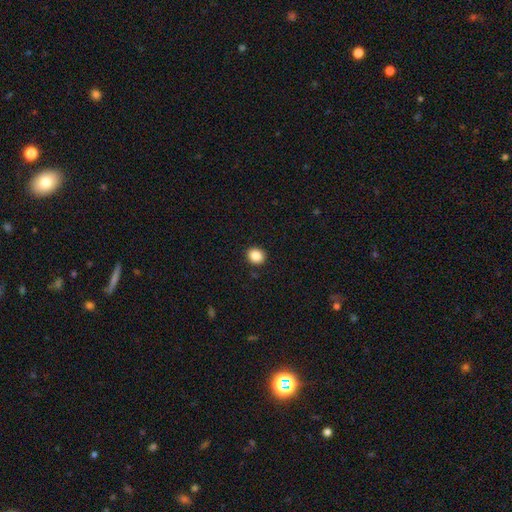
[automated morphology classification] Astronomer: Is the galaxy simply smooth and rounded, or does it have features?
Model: smooth — 86%.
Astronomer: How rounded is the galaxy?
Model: round — 77%.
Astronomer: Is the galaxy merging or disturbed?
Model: none — 91%.